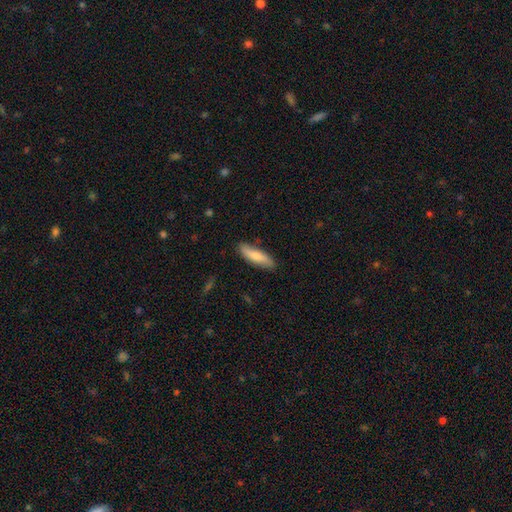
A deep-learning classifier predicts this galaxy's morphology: This is likely a smooth galaxy (75%). How rounded: possibly cigar-shaped (59%). Merging: clearly none (84%).